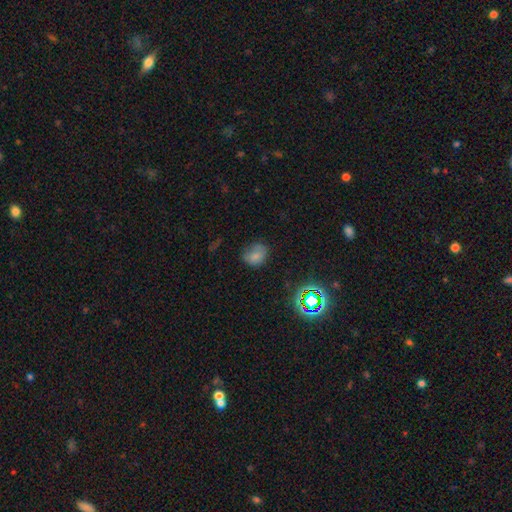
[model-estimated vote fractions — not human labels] Overall: smooth (70%). How rounded: round (53%; in between 47%). Merging: none (53%; minor disturbance 31%).